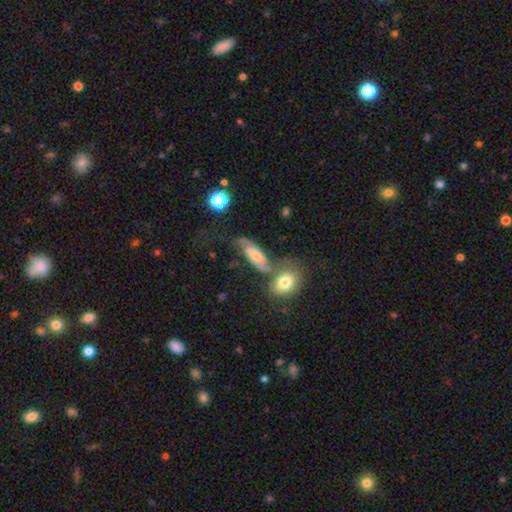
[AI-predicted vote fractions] Smooth or featured: featured or disk — 53% (smooth — 37%)
Edge-on disk: no — 86% (yes — 14%)
Merging: none — 41% (merger — 26%)